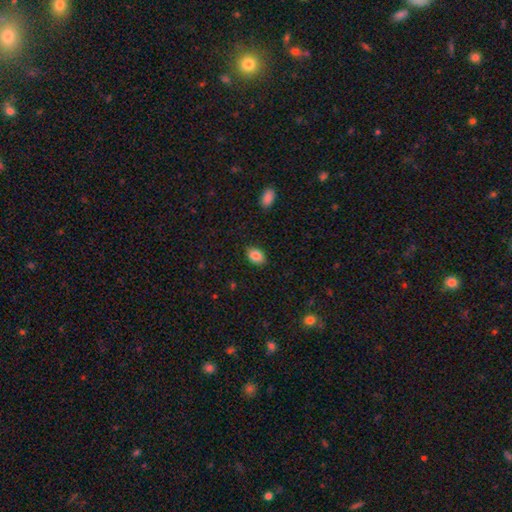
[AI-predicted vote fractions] Q: Smooth or featured?
A: smooth (86%); runner-up: star or artifact (8%)
Q: How rounded?
A: in between (82%); runner-up: round (16%)
Q: Merging?
A: none (87%); runner-up: minor disturbance (10%)